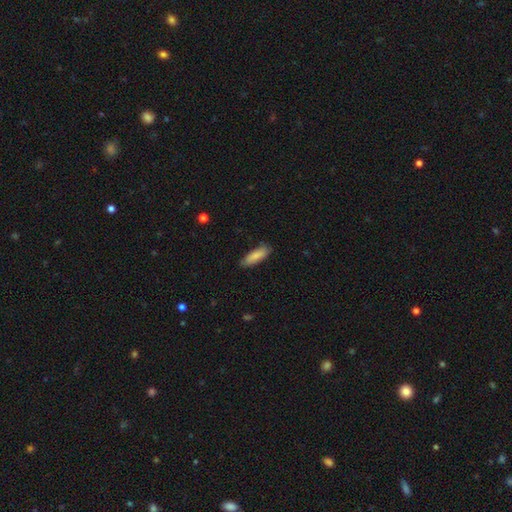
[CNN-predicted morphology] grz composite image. It shows a smooth galaxy with no disk features (85%) that is cigar-shaped (50%). Merging: none (82%).